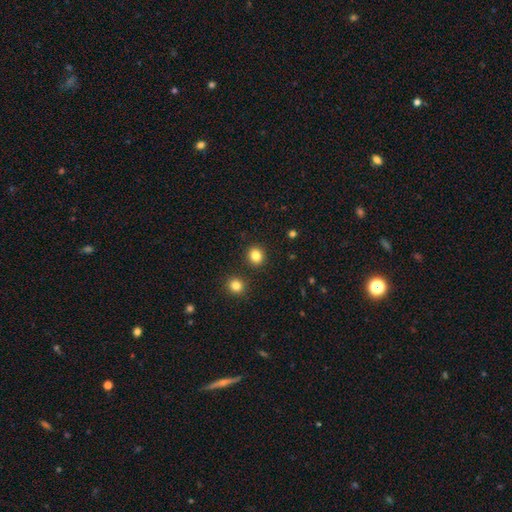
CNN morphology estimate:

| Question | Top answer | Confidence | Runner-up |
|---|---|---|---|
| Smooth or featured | smooth | 83% | star or artifact (12%) |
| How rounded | round | 84% | in between (15%) |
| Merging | none | 90% | minor disturbance (5%) |